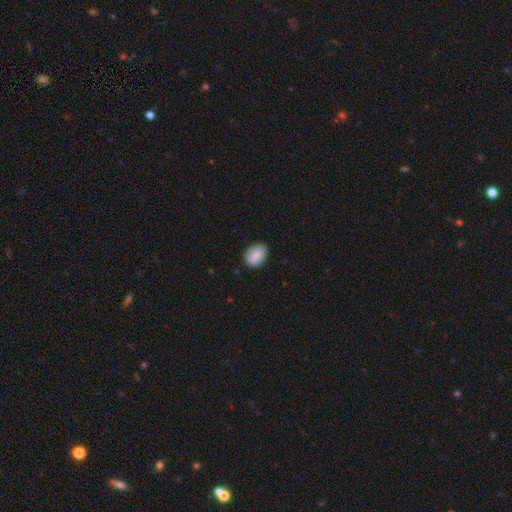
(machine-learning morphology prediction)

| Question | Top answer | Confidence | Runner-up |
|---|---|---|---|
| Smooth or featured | smooth | 83% | featured or disk (10%) |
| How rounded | in between | 68% | round (31%) |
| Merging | none | 82% | minor disturbance (15%) |